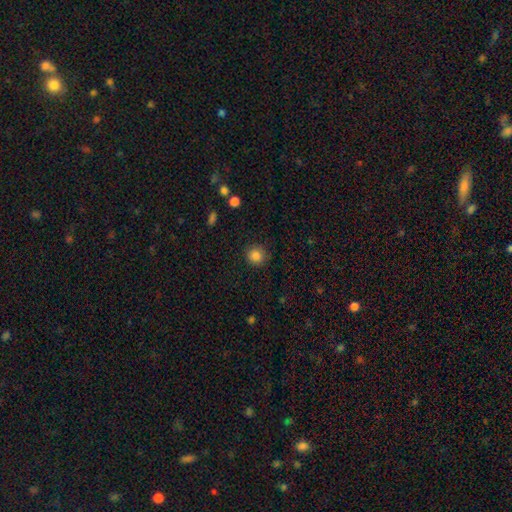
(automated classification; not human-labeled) Smooth or featured: smooth — 85% (star or artifact — 11%)
How rounded: round — 89% (in between — 10%)
Merging: none — 89% (minor disturbance — 8%)